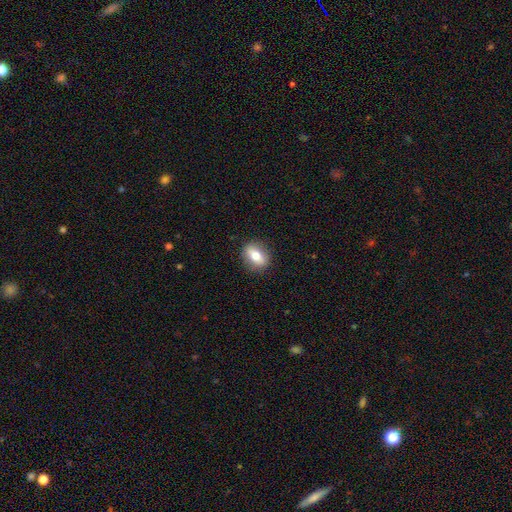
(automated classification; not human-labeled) Smooth or featured? Predicted: smooth (p=0.67). How rounded? Predicted: in between (p=0.61). Merging? Predicted: none (p=0.87).